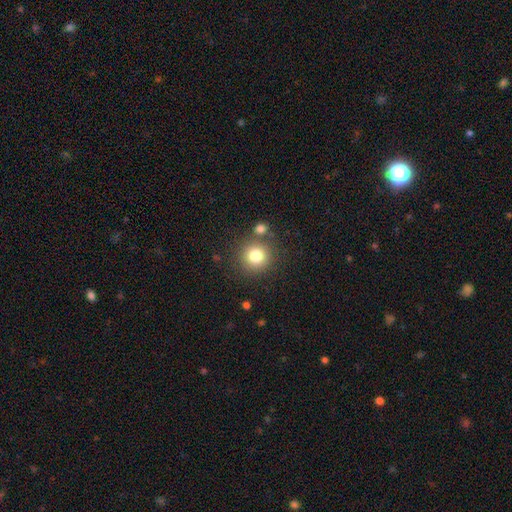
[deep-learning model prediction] Q: Smooth or featured?
A: smooth (80%); runner-up: star or artifact (12%)
Q: How rounded?
A: round (93%); runner-up: in between (6%)
Q: Merging?
A: none (79%); runner-up: merger (9%)